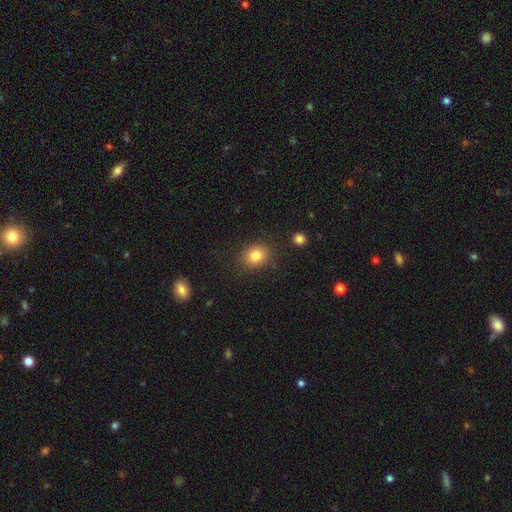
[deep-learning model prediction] smooth-or-featured: smooth: 82% | star or artifact: 11% | featured or disk: 7%
  how-rounded: round: 64% | in between: 35% | cigar-shaped: 1%
  merging: none: 85% | minor disturbance: 10% | major disturbance: 3% | merger: 2%